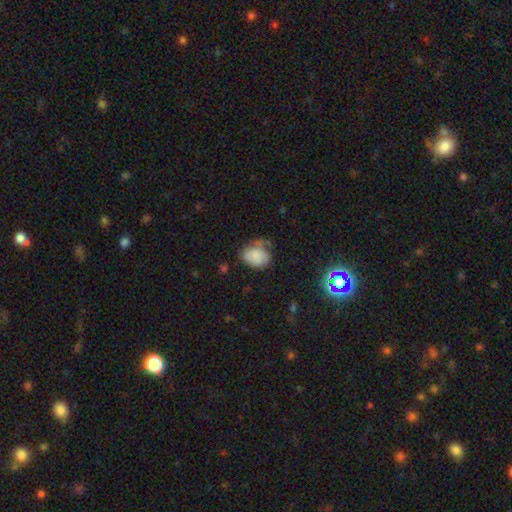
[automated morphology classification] type=smooth (79%); roundness=in between (56%); merging=none (43%).